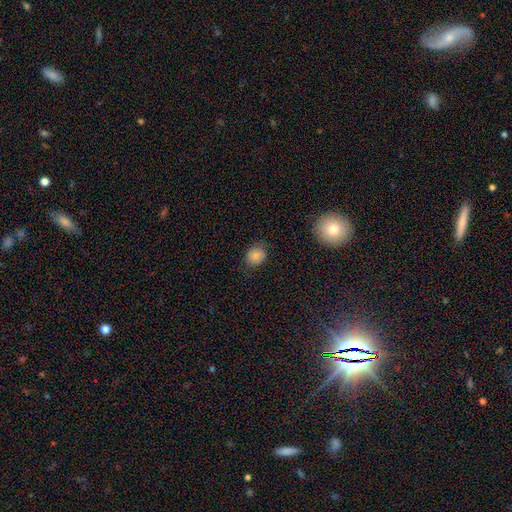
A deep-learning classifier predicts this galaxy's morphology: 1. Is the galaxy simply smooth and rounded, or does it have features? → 83% smooth, 10% star or artifact, 7% featured or disk.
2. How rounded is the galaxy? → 61% round, 38% in between, 1% cigar-shaped.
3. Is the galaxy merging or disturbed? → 76% none, 18% minor disturbance, 4% major disturbance, 1% merger.